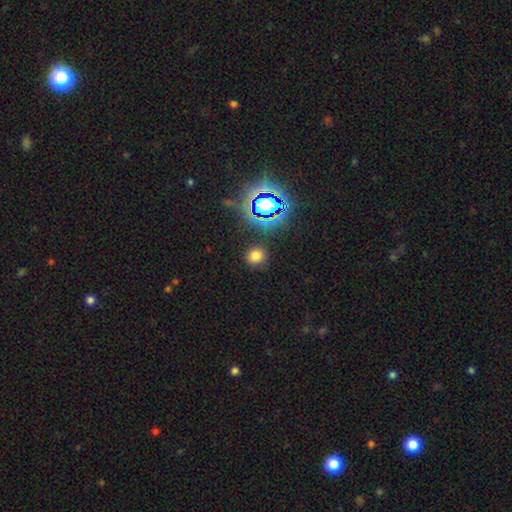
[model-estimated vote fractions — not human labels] Smooth or featured: smooth — 71% (star or artifact — 23%)
How rounded: round — 84% (in between — 15%)
Merging: none — 87% (minor disturbance — 8%)